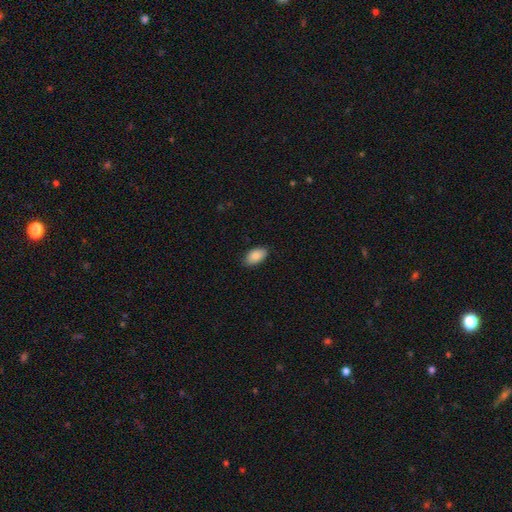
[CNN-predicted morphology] Q: Smooth or featured?
A: smooth (89%); runner-up: star or artifact (6%)
Q: How rounded?
A: in between (95%); runner-up: round (3%)
Q: Merging?
A: none (86%); runner-up: minor disturbance (11%)